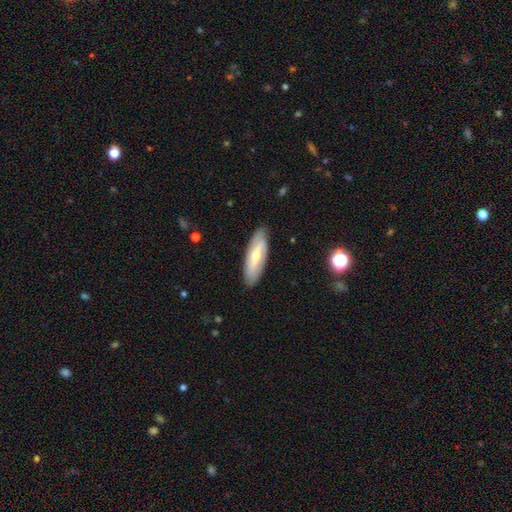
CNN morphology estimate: A featured or disk galaxy (61%). Merging: none (84%).